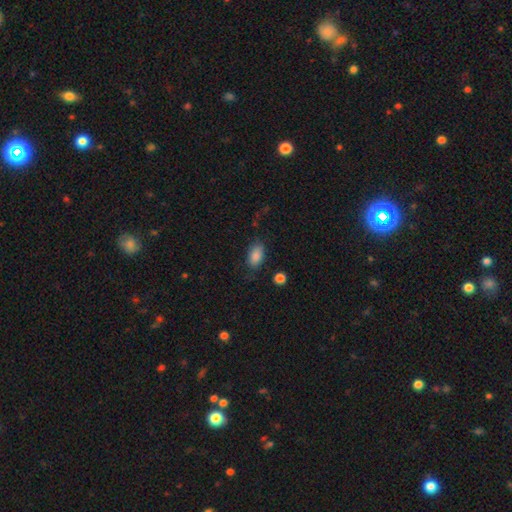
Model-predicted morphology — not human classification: The model was most divided on "merging": none: 74%, minor disturbance: 18%, major disturbance: 5%, merger: 2%. More confident: how rounded — in between (91%); smooth or featured — smooth (86%).